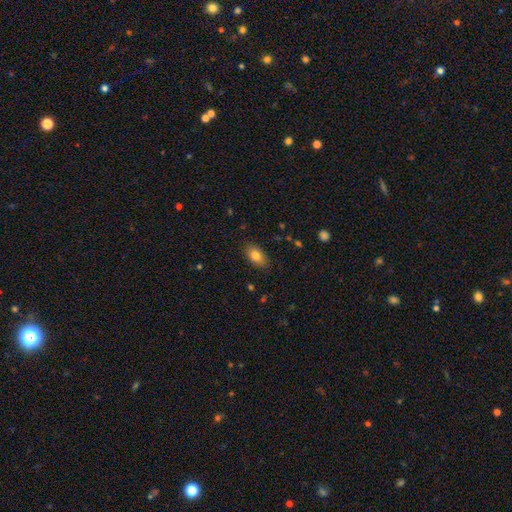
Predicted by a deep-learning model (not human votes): Smooth or featured?
  - smooth: 81% *
  - featured or disk: 10%
  - star or artifact: 8%
How rounded?
  - in between: 89% *
  - round: 9%
  - cigar-shaped: 2%
Merging?
  - none: 84% *
  - minor disturbance: 12%
  - major disturbance: 3%
  - merger: 1%